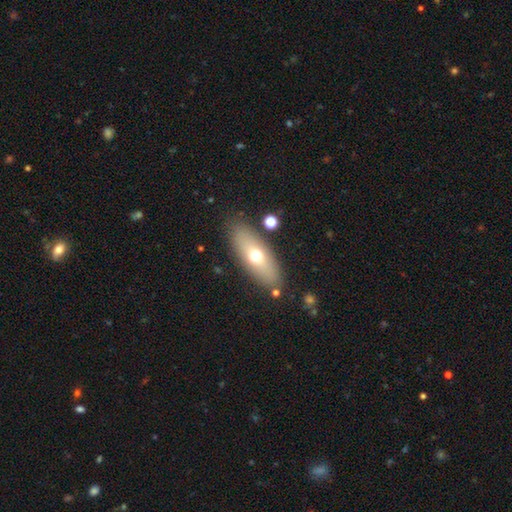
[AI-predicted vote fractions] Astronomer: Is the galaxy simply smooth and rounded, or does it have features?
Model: smooth — 59%.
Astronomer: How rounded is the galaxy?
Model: in between — 69%.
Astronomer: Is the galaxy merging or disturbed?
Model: none — 83%.